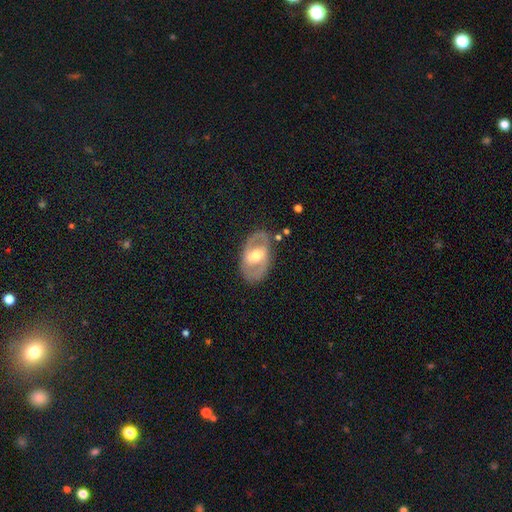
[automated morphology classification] featured or disk 70%, smooth 25%, star or artifact 5%. Down the decision tree: edge-on disk — no (93%); bar — weak (41%); spiral arms — yes (56%); bulge size — moderate (67%); merging — none (79%).